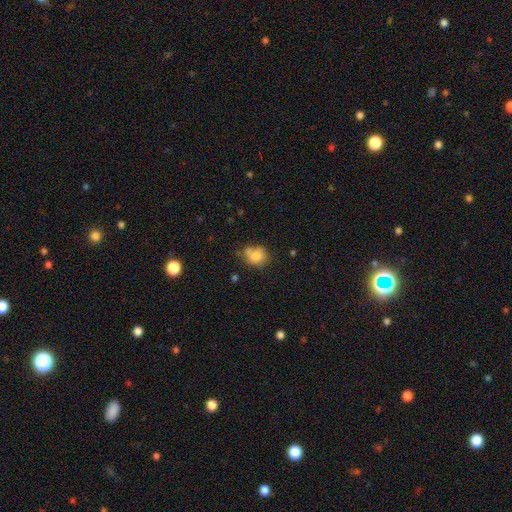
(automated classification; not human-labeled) smooth_or_featured: smooth (p=0.77) [alt: featured or disk p=0.12]
how_rounded: round (p=0.69) [alt: in between p=0.30]
merging: none (p=0.53) [alt: minor disturbance p=0.24]